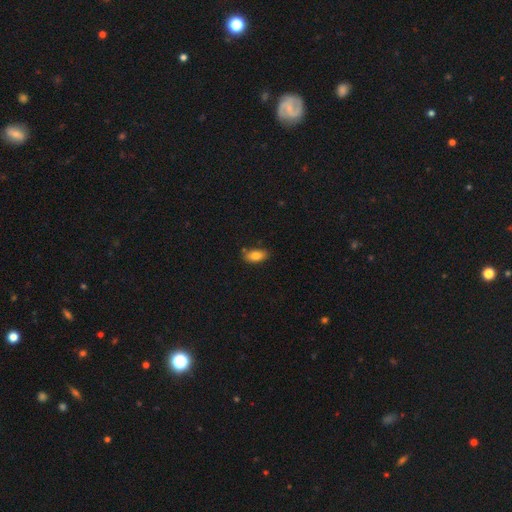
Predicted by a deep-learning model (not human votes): Morphology: type=smooth (81%); roundness=in between (90%); merging=none (77%).